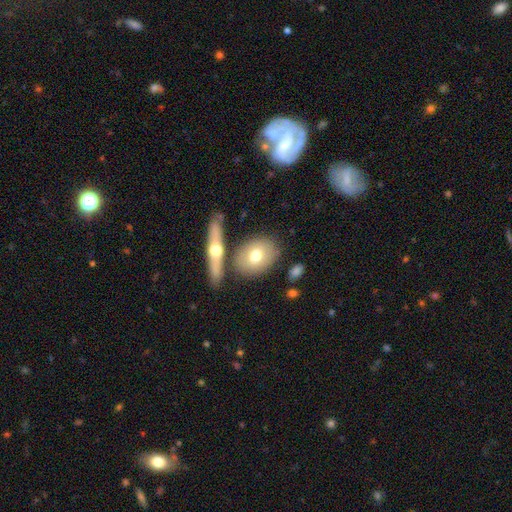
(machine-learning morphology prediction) Q: Smooth or featured?
A: smooth (65%); runner-up: featured or disk (28%)
Q: How rounded?
A: in between (68%); runner-up: round (28%)
Q: Merging?
A: none (70%); runner-up: merger (14%)